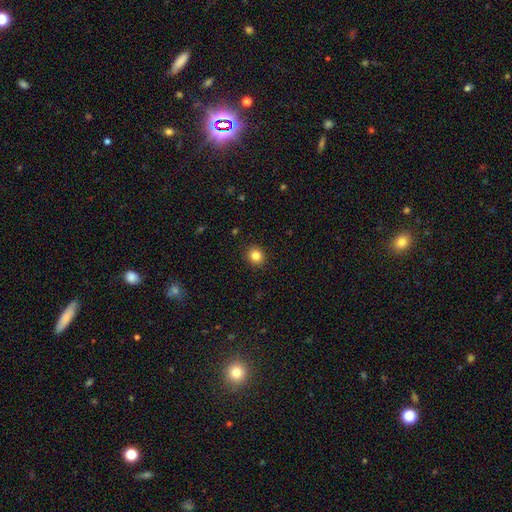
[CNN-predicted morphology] The model was most divided on "how rounded": round: 84%, in between: 15%, cigar-shaped: 1%. More confident: merging — none (91%); smooth or featured — smooth (83%).